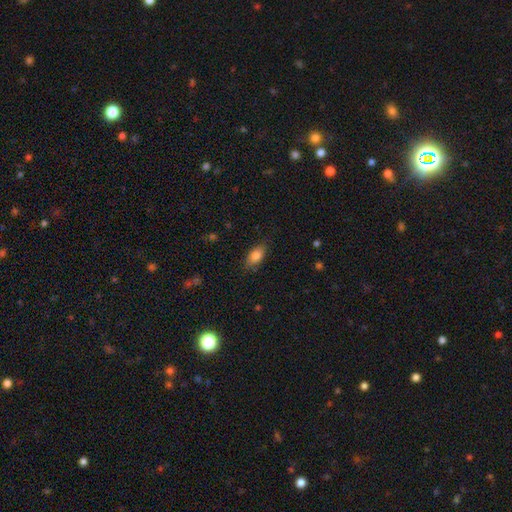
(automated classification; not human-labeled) The model was most divided on "merging": none: 80%, minor disturbance: 16%, major disturbance: 3%, merger: 1%. More confident: how rounded — in between (89%); smooth or featured — smooth (81%).